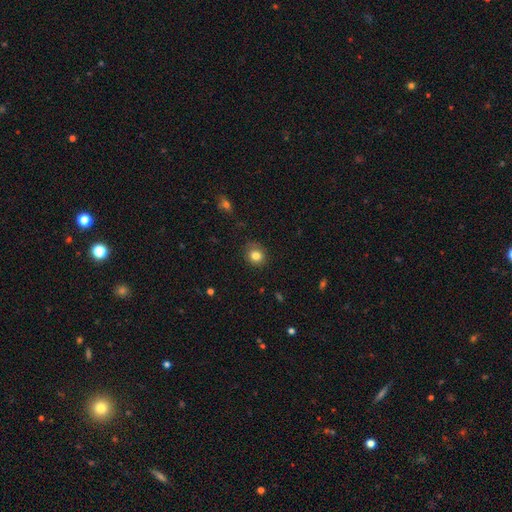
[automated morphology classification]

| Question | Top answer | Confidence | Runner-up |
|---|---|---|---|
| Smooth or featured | smooth | 81% | star or artifact (11%) |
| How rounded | round | 77% | in between (22%) |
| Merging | none | 82% | minor disturbance (13%) |